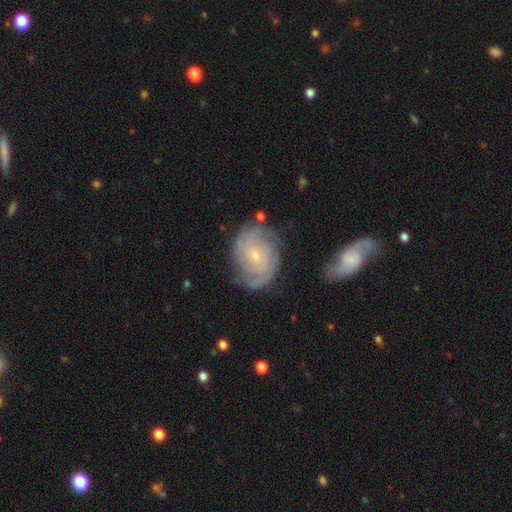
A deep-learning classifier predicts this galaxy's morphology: type=featured or disk (79%); edge-on=no (97%); bar=no (64%); spiral arms=yes (93%); winding=tight (64%); arm count=2 (39%); bulge=small (71%); merging=none (71%).